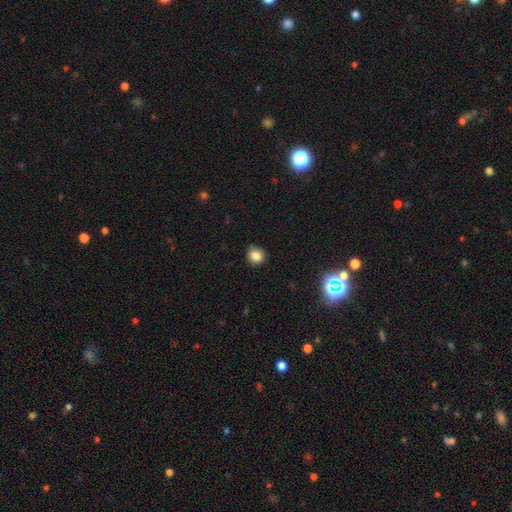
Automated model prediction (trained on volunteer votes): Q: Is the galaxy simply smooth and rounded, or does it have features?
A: smooth — 83%.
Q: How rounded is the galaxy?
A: round — 86%.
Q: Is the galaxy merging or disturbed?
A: none — 82%.